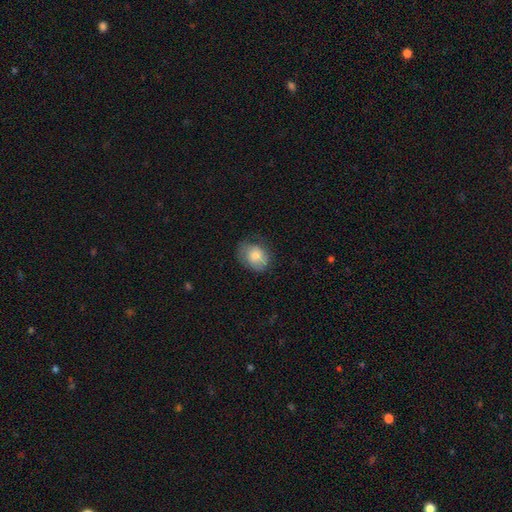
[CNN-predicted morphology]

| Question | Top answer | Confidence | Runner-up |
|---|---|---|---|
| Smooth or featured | smooth | 75% | featured or disk (17%) |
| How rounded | in between | 55% | round (44%) |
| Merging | none | 61% | minor disturbance (28%) |